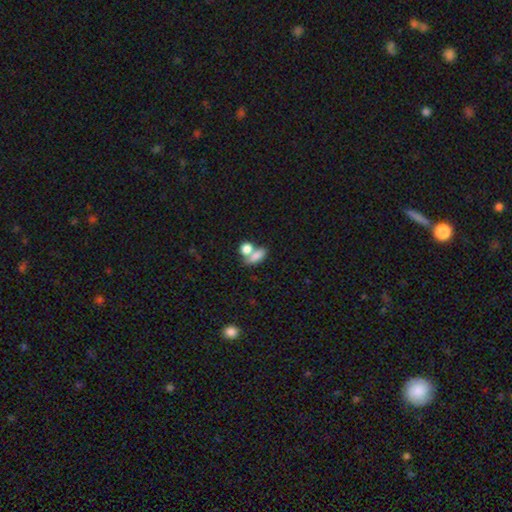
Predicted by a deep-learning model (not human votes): Morphology: type=smooth (79%); roundness=in between (73%); merging=merger (50%).